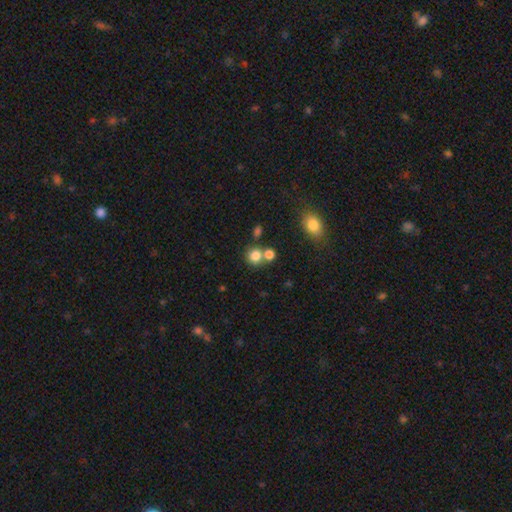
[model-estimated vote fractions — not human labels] Overall: smooth (80%). How rounded: round (84%). Merging: none (55%; merger 32%).